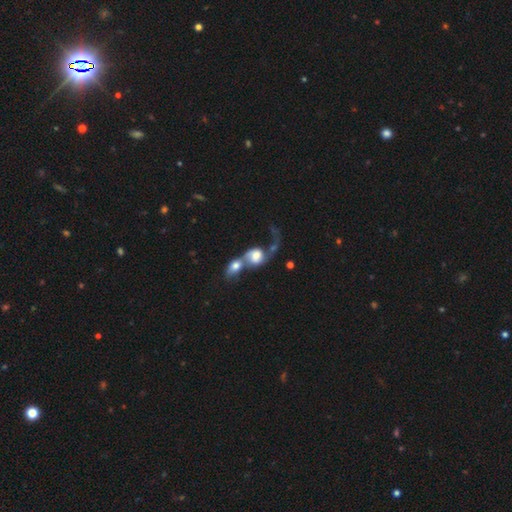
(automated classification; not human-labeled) Smooth or featured?
  - featured or disk: 47% *
  - smooth: 44%
  - star or artifact: 9%
Merging?
  - merger: 79% *
  - major disturbance: 10%
  - none: 7%
  - minor disturbance: 4%